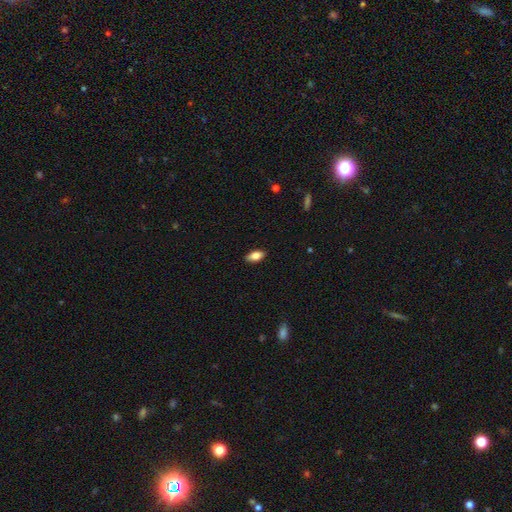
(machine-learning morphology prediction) Smooth or featured? Predicted: smooth (p=0.79). How rounded? Predicted: in between (p=0.88). Merging? Predicted: none (p=0.89).